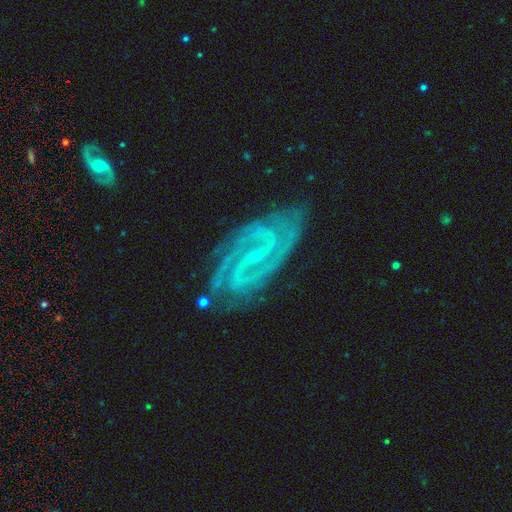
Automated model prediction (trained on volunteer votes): smooth_or_featured: featured or disk (p=0.91) [alt: star or artifact p=0.05]
disk_edge_on: no (p=0.97) [alt: yes p=0.03]
bar: weak (p=0.46) [alt: strong p=0.33]
has_spiral_arms: yes (p=0.98) [alt: no p=0.02]
spiral_winding: tight (p=0.47) [alt: medium p=0.44]
spiral_arm_count: 2 (p=0.72) [alt: 3 p=0.09]
bulge_size: small (p=0.75) [alt: none p=0.16]
merging: none (p=0.77) [alt: minor disturbance p=0.15]